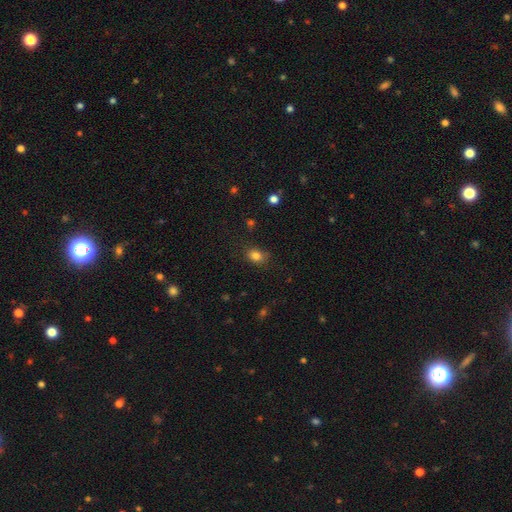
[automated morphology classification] smooth_or_featured: smooth (p=0.83) [alt: star or artifact p=0.12]
how_rounded: in between (p=0.52) [alt: round p=0.47]
merging: none (p=0.76) [alt: minor disturbance p=0.17]